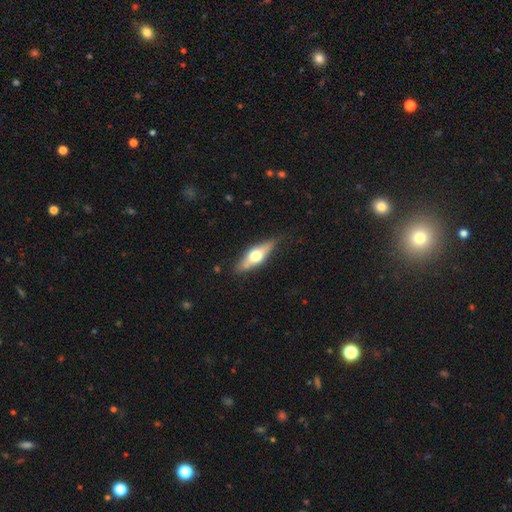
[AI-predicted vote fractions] This is possibly a featured or disk galaxy (52%). It is clearly viewed edge-on (89%). Merging: clearly none (81%).